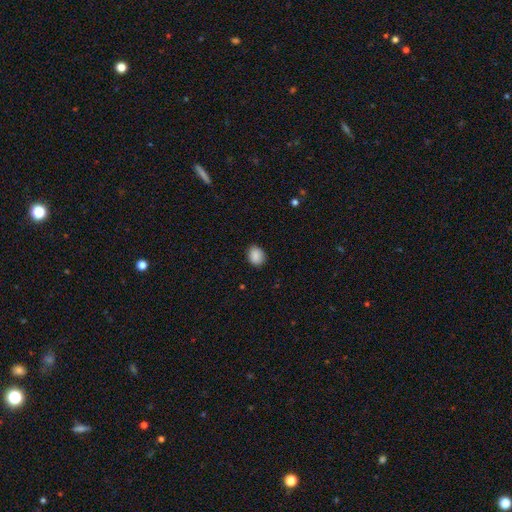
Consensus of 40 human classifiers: Volunteers were most divided on "how rounded": in between: 57%, round: 43%, cigar-shaped: 0%. More confident: merging — none (89%); smooth or featured — smooth (88%).